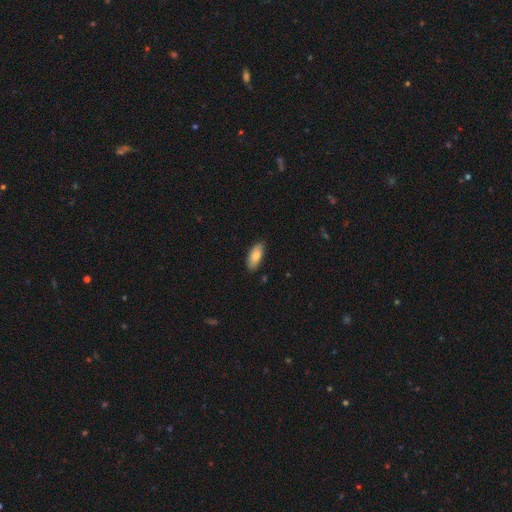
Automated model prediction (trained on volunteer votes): Smooth or featured? Predicted: smooth (p=0.81). How rounded? Predicted: in between (p=0.84). Merging? Predicted: none (p=0.82).